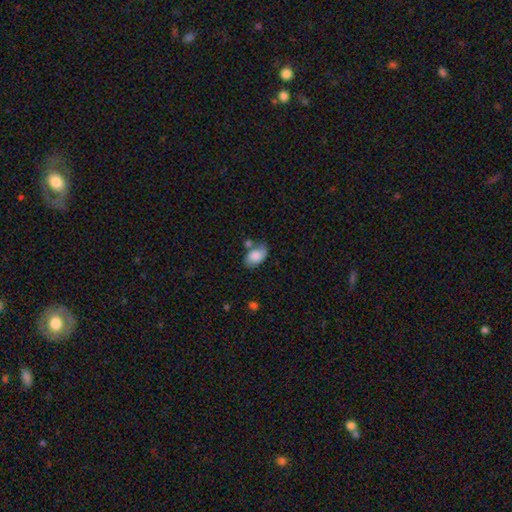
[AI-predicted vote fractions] Smooth or featured? Predicted: smooth (p=0.73). How rounded? Predicted: in between (p=0.89). Merging? Predicted: none (p=0.50).